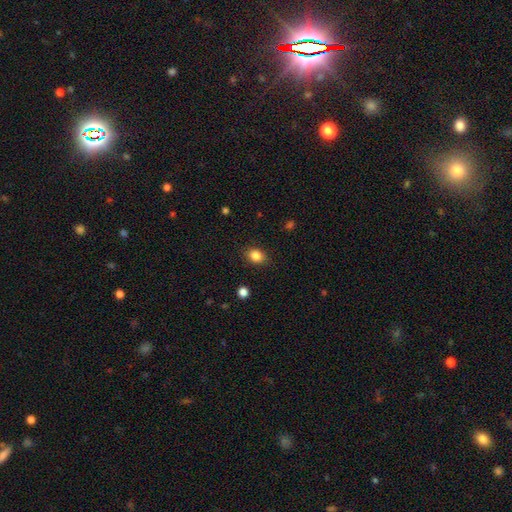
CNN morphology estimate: A smooth galaxy with no disk features (85%) that is in between round and cigar-shaped (58%). Merging: none (87%).